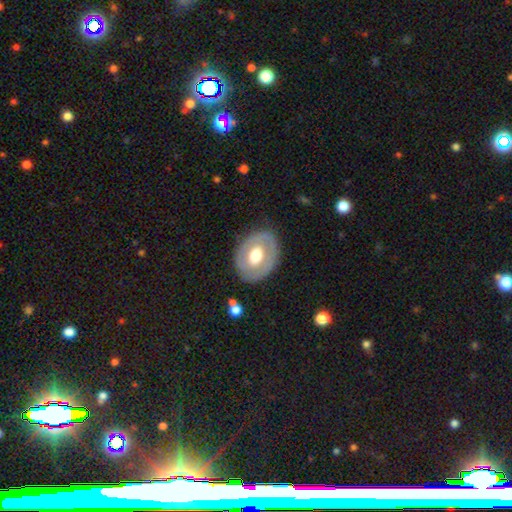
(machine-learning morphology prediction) Smooth or featured?
  - featured or disk: 57% *
  - smooth: 38%
  - star or artifact: 5%
Edge-on disk?
  - no: 94% *
  - yes: 6%
Bar?
  - no: 62% *
  - weak: 27%
  - strong: 11%
Spiral arms?
  - no: 72% *
  - yes: 28%
Bulge size?
  - moderate: 62% *
  - large: 30%
  - small: 5%
  - dominant: 2%
  - none: 1%
Merging?
  - none: 80% *
  - minor disturbance: 13%
  - major disturbance: 5%
  - merger: 2%